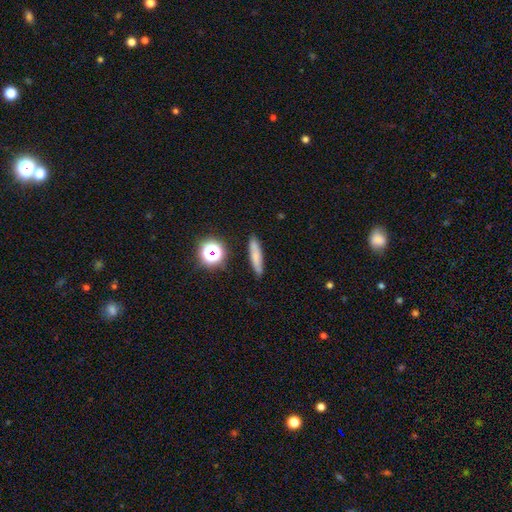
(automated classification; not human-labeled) This appears to be a smooth galaxy with no disk features (70%) that is cigar-shaped (79%). Merging: none (86%).